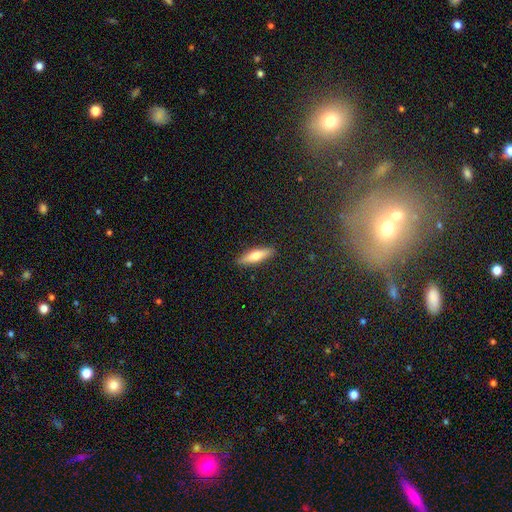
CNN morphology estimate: This is likely a smooth galaxy (66%). How rounded: likely cigar-shaped (66%). Merging: clearly none (89%).